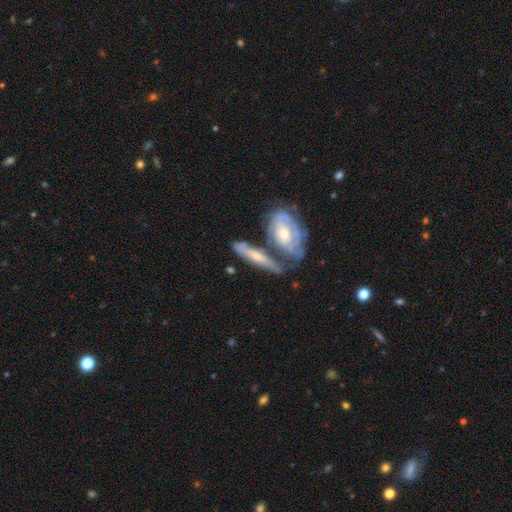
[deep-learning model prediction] Q: Smooth or featured?
A: featured or disk (63%); runner-up: smooth (31%)
Q: Edge-on disk?
A: no (58%); runner-up: yes (42%)
Q: Merging?
A: none (45%); runner-up: merger (31%)